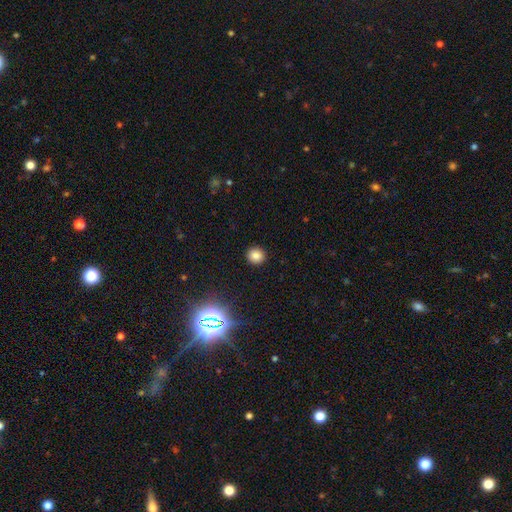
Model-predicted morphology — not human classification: Smooth or featured?
  - smooth: 80% *
  - star or artifact: 15%
  - featured or disk: 5%
How rounded?
  - round: 91% *
  - in between: 8%
  - cigar-shaped: 1%
Merging?
  - none: 92% *
  - minor disturbance: 5%
  - major disturbance: 2%
  - merger: 1%